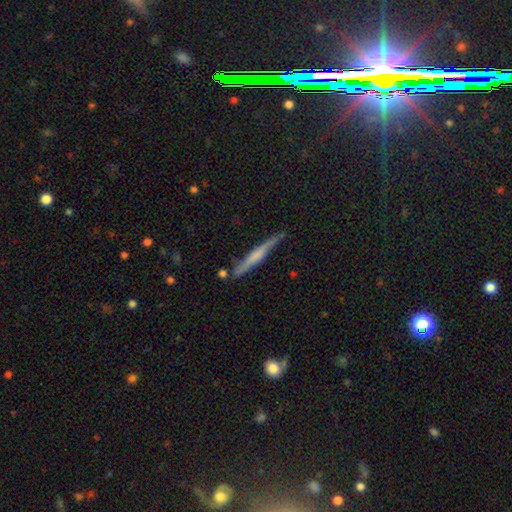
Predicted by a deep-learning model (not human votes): Q: Smooth or featured?
A: featured or disk (55%); runner-up: smooth (39%)
Q: Edge-on disk?
A: yes (96%); runner-up: no (4%)
Q: Edge-on bulge?
A: rounded (42%); runner-up: none (36%)
Q: Merging?
A: none (80%); runner-up: minor disturbance (14%)